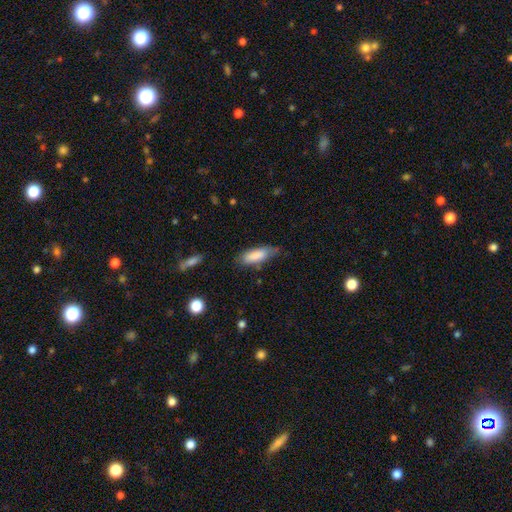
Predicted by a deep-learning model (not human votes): A smooth galaxy with no disk features (83%) that is in between round and cigar-shaped (61%).

Vote fractions:
- Smooth or featured? smooth: 83% / featured or disk: 10% / star or artifact: 6%
- How rounded? in between: 61% / cigar-shaped: 37% / round: 2%
- Merging? none: 63% / minor disturbance: 28% / major disturbance: 6% / merger: 2%